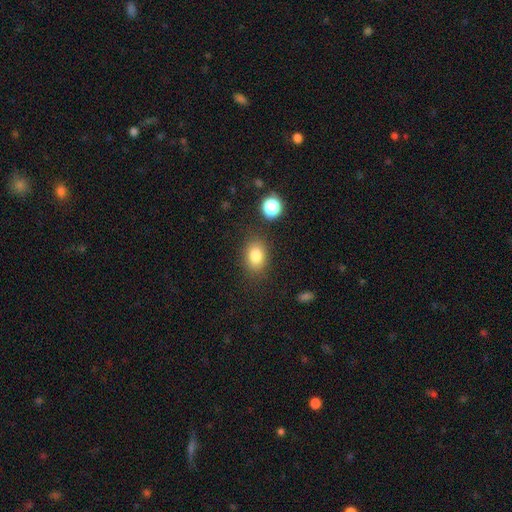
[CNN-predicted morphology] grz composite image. It shows a smooth galaxy with no disk features (82%) that is in between round and cigar-shaped (73%). Merging: none (81%).